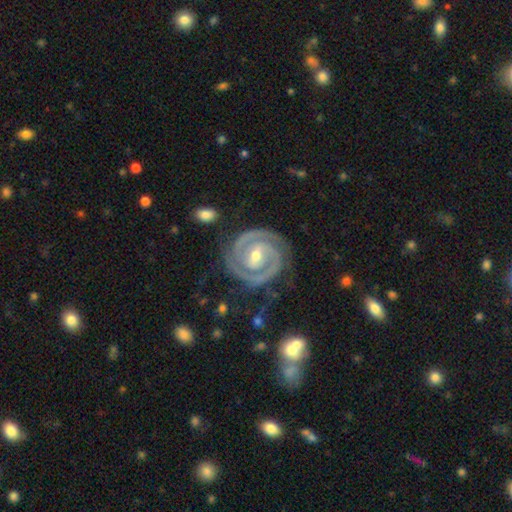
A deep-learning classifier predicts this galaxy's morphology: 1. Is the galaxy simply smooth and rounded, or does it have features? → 93% featured or disk, 4% star or artifact, 3% smooth.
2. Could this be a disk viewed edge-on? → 98% no, 2% yes.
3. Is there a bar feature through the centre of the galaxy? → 40% strong, 38% weak, 22% no.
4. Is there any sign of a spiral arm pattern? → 98% yes, 2% no.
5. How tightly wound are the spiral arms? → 77% tight, 20% medium, 2% loose.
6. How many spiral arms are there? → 89% 2, 4% 3, 3% can't tell, 1% 1, 1% 4, 1% more than 4.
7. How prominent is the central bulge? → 51% moderate, 46% small, 2% large, 1% none, 1% dominant.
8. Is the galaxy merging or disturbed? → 82% none, 12% minor disturbance, 4% major disturbance, 2% merger.